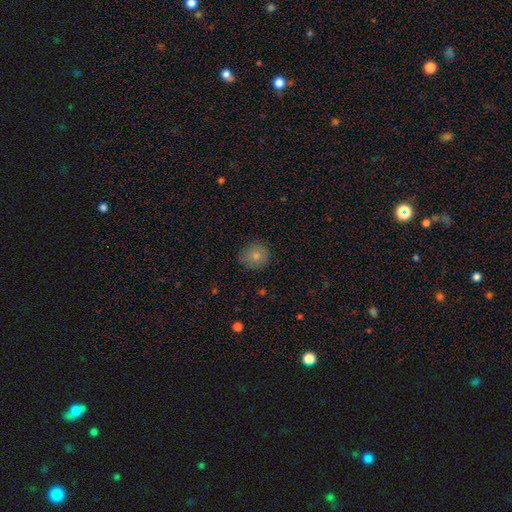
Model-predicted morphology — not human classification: smooth 79%, featured or disk 11%, star or artifact 9%. Down the decision tree: how rounded — round (87%); merging — none (76%).